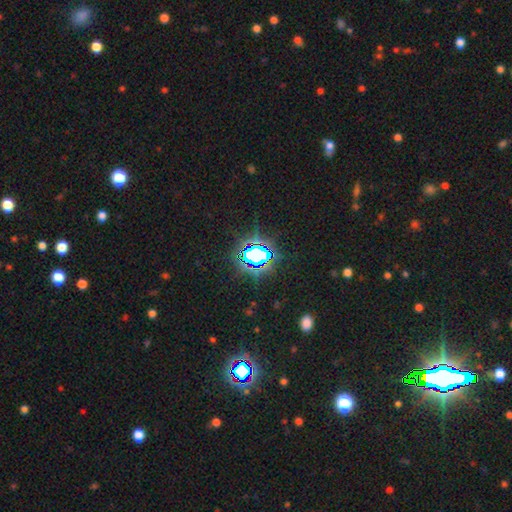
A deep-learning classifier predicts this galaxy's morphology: Overall: star or artifact (75%).